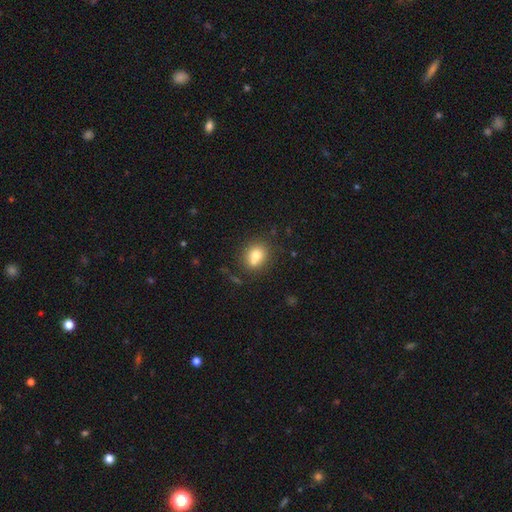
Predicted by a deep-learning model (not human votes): smooth_or_featured: smooth (p=0.73) [alt: featured or disk p=0.16]
how_rounded: round (p=0.71) [alt: in between p=0.28]
merging: none (p=0.52) [alt: merger p=0.31]